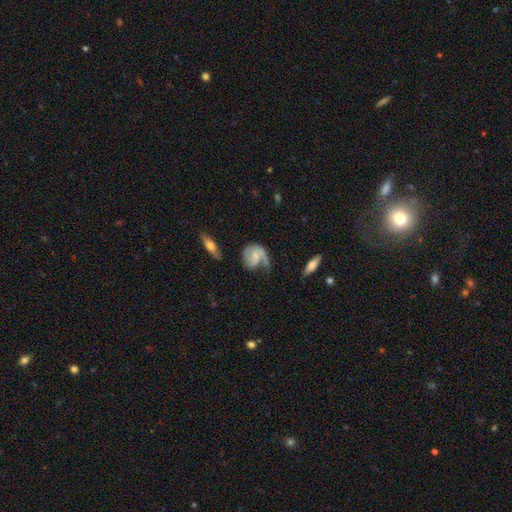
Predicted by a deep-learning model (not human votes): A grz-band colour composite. It shows a featured or disk galaxy (65%) with no bar (57%), 1 (45%) medium (38%) spiral arms (88%) and a small central bulge (48%). Merging: none (40%).